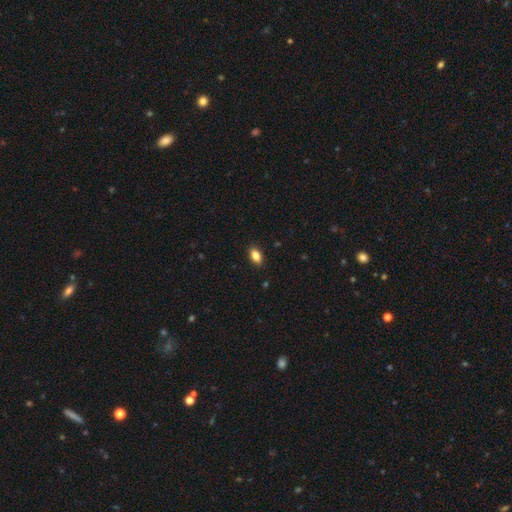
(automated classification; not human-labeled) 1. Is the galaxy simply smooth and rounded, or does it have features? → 85% smooth, 9% star or artifact, 6% featured or disk.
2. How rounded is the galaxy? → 89% in between, 7% round, 4% cigar-shaped.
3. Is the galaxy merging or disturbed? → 88% none, 9% minor disturbance, 2% major disturbance, 1% merger.